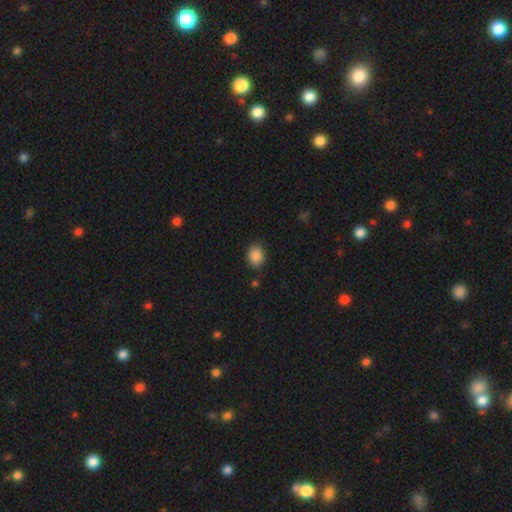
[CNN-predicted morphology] smooth 87%, star or artifact 8%, featured or disk 5%. Down the decision tree: how rounded — in between (55%); merging — none (82%).